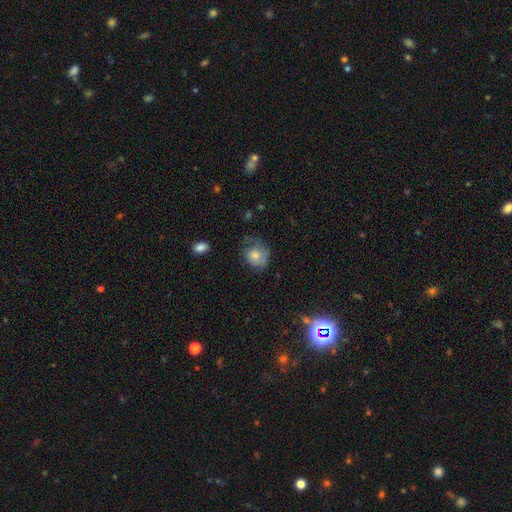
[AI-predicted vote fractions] A smooth galaxy with no disk features (66%) that is round (54%).

Vote fractions:
- Smooth or featured? smooth: 66% / featured or disk: 26% / star or artifact: 8%
- How rounded? round: 54% / in between: 45% / cigar-shaped: 1%
- Merging? none: 37% / minor disturbance: 32% / major disturbance: 29% / merger: 2%